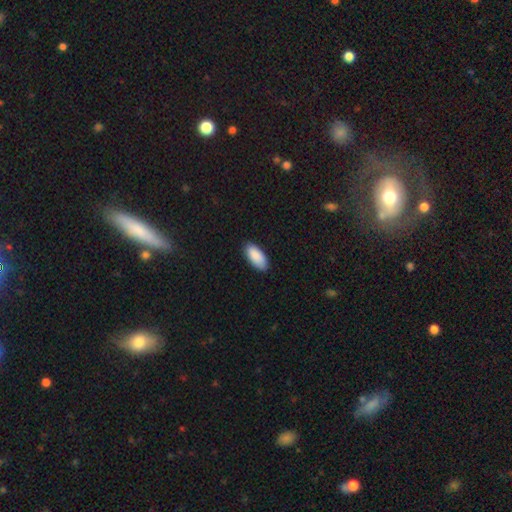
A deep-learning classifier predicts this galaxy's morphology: Smooth or featured: smooth — 90% (star or artifact — 6%)
How rounded: in between — 92% (cigar-shaped — 7%)
Merging: none — 86% (minor disturbance — 11%)